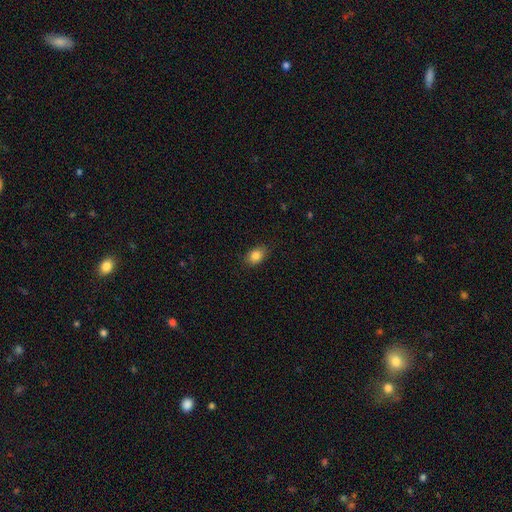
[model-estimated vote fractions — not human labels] Morphology: type=smooth (85%); roundness=in between (74%); merging=none (85%).